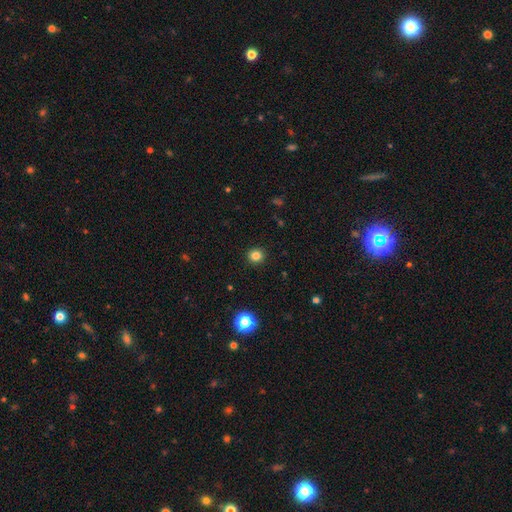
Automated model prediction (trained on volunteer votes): Morphology: type=smooth (82%); roundness=round (93%); merging=none (93%).